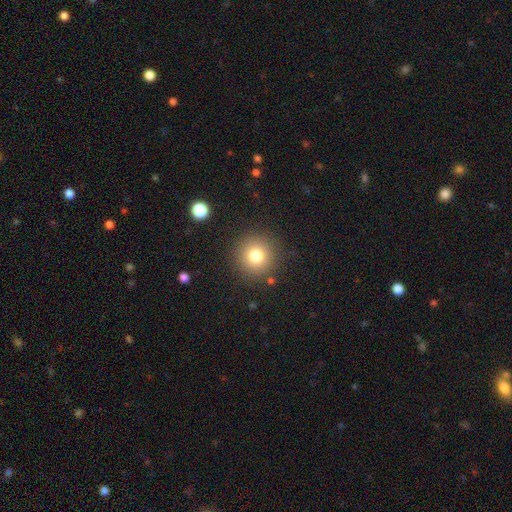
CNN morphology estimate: Smooth or featured? smooth (77%)
How rounded? round (95%)
Merging? none (88%)